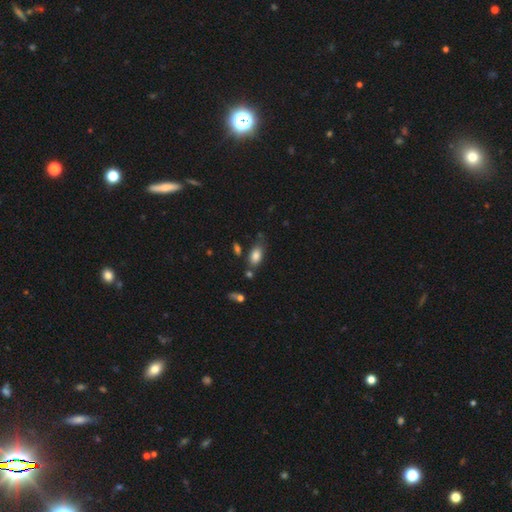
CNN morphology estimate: Smooth or featured?
  - smooth: 83% *
  - star or artifact: 9%
  - featured or disk: 8%
How rounded?
  - in between: 90% *
  - round: 6%
  - cigar-shaped: 4%
Merging?
  - none: 65% *
  - minor disturbance: 21%
  - merger: 8%
  - major disturbance: 6%